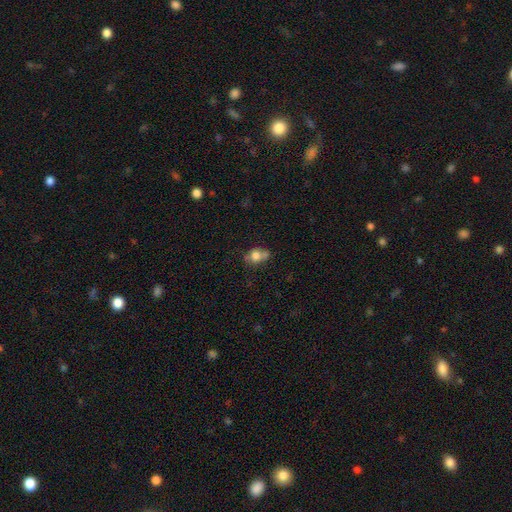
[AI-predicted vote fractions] Smooth or featured?
  - smooth: 73% *
  - featured or disk: 17%
  - star or artifact: 10%
How rounded?
  - in between: 54% *
  - round: 44%
  - cigar-shaped: 2%
Merging?
  - none: 47% *
  - minor disturbance: 25%
  - merger: 19%
  - major disturbance: 9%